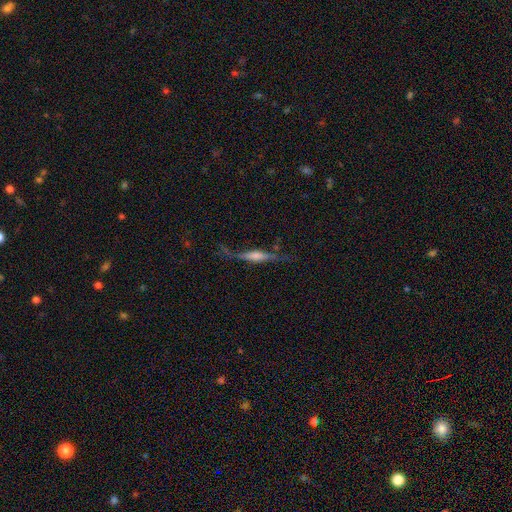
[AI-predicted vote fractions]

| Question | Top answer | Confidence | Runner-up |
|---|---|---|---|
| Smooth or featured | featured or disk | 75% | smooth (17%) |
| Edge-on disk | yes | 90% | no (10%) |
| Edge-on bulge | rounded | 65% | boxy (25%) |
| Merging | none | 64% | minor disturbance (21%) |